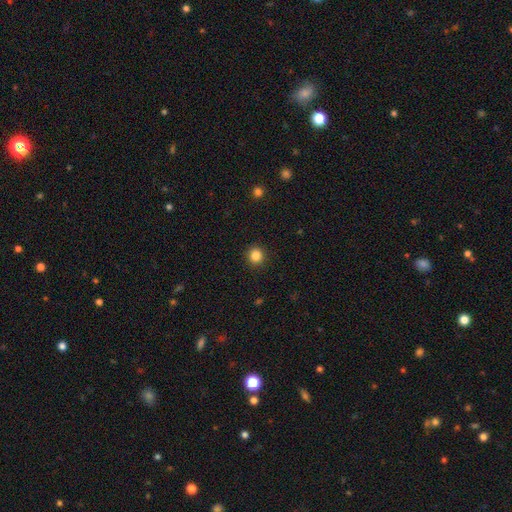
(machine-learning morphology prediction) Smooth or featured?
  - smooth: 85% *
  - star or artifact: 12%
  - featured or disk: 4%
How rounded?
  - round: 93% *
  - in between: 6%
  - cigar-shaped: 1%
Merging?
  - none: 92% *
  - minor disturbance: 5%
  - major disturbance: 2%
  - merger: 1%